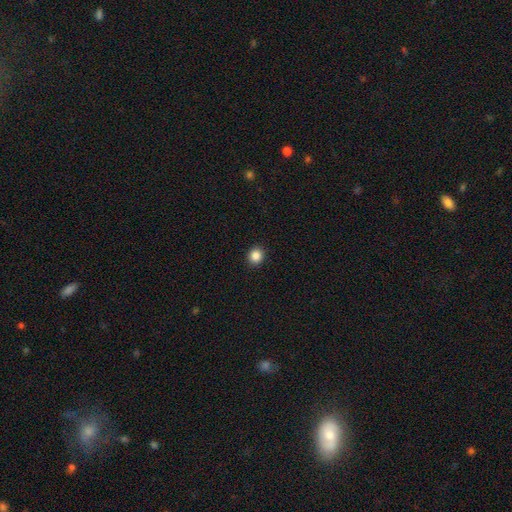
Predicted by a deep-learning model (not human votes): Smooth or featured? smooth (86%)
How rounded? round (84%)
Merging? none (92%)